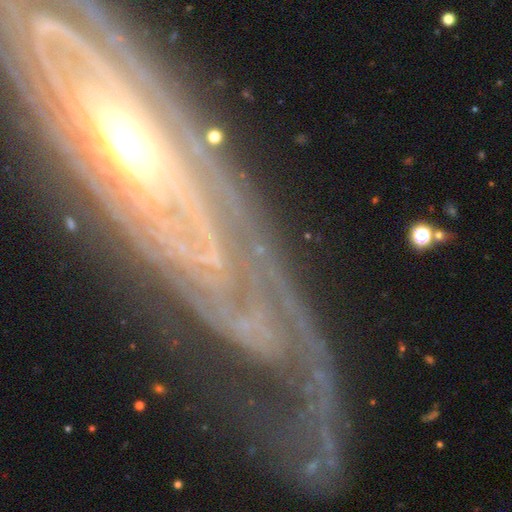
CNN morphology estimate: smooth-or-featured: featured or disk: 86% | smooth: 7% | star or artifact: 7%
  disk-edge-on: no: 80% | yes: 20%
    bar: no: 62% | weak: 21% | strong: 17%
    has-spiral-arms: yes: 90% | no: 10%
      spiral-winding: tight: 65% | medium: 24% | loose: 11%
      spiral-arm-count: can't tell: 34% | 2: 27% | 3: 12% | 1: 9% | more than 4: 9% | 4: 9%
    bulge-size: moderate: 57% | small: 26% | large: 12% | dominant: 3% | none: 2%
  merging: none: 66% | minor disturbance: 16% | major disturbance: 14% | merger: 3%